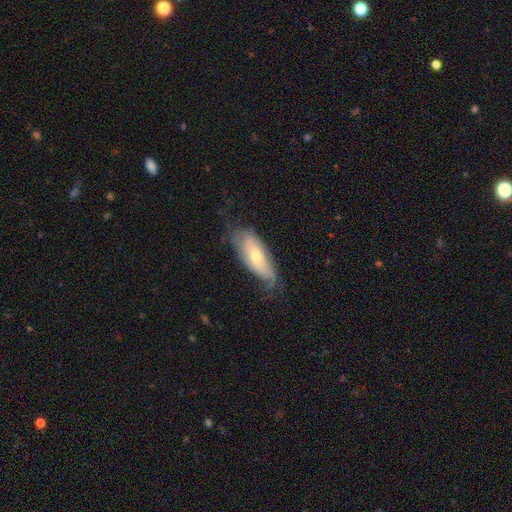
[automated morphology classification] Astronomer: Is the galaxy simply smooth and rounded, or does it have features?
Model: featured or disk — 47% (runner-up: smooth, 46%).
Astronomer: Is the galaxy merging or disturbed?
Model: none — 53% (runner-up: minor disturbance, 32%).